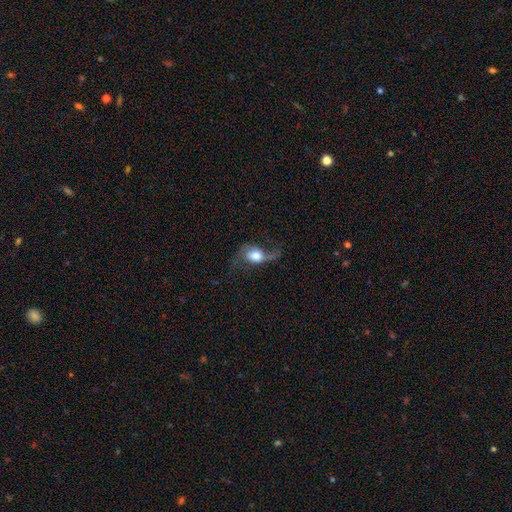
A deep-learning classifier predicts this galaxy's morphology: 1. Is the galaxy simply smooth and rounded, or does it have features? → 62% featured or disk, 29% smooth, 8% star or artifact.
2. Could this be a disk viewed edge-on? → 94% no, 6% yes.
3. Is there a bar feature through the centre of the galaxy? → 64% no, 27% weak, 8% strong.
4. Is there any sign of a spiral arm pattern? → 89% yes, 11% no.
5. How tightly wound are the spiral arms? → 83% loose, 14% medium, 3% tight.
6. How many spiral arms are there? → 87% 2, 8% 1, 2% can't tell, 1% 3, 1% 4, 1% more than 4.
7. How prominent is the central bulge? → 43% large, 33% moderate, 15% dominant, 6% small, 2% none.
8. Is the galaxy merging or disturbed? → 51% none, 27% major disturbance, 19% minor disturbance, 3% merger.